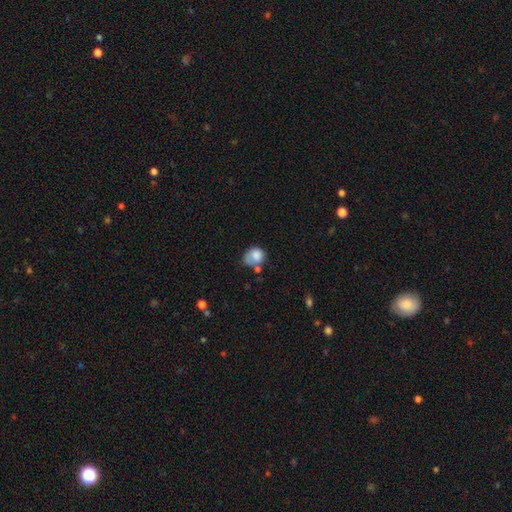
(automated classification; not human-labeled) smooth 77%, featured or disk 14%, star or artifact 9%. Down the decision tree: how rounded — round (52%); merging — none (36%).